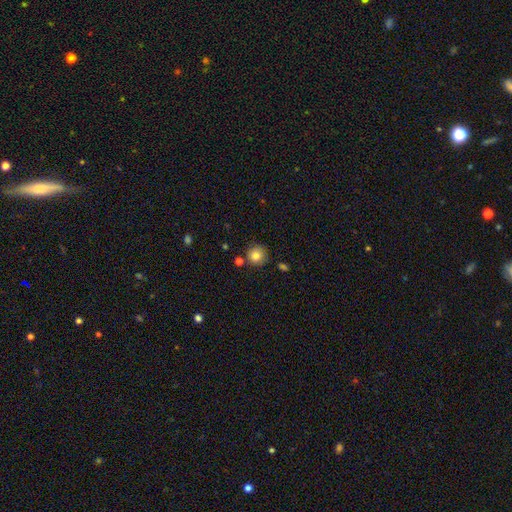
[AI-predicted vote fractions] smooth-or-featured: smooth: 82% | star or artifact: 10% | featured or disk: 8%
  how-rounded: round: 93% | in between: 7% | cigar-shaped: 1%
  merging: none: 80% | minor disturbance: 12% | merger: 6% | major disturbance: 3%